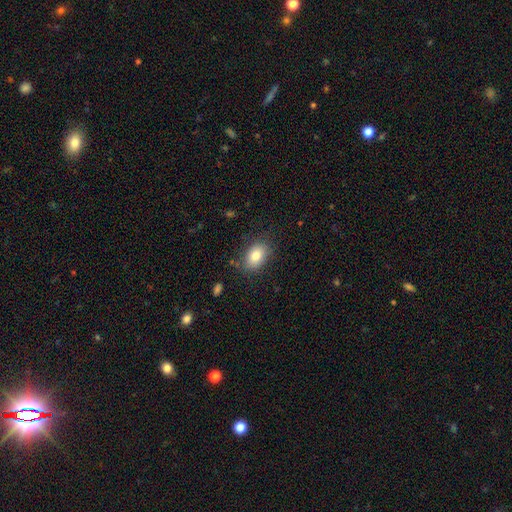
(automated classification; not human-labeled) Q: Smooth or featured?
A: smooth (82%); runner-up: featured or disk (10%)
Q: How rounded?
A: in between (83%); runner-up: round (16%)
Q: Merging?
A: none (81%); runner-up: minor disturbance (14%)